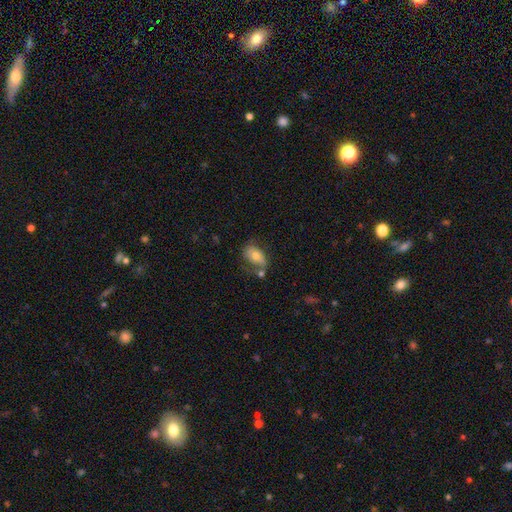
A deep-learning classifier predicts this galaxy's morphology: Smooth or featured?
  - smooth: 61% *
  - featured or disk: 31%
  - star or artifact: 8%
How rounded?
  - in between: 87% *
  - round: 11%
  - cigar-shaped: 2%
Merging?
  - none: 42% *
  - minor disturbance: 24%
  - merger: 17%
  - major disturbance: 16%